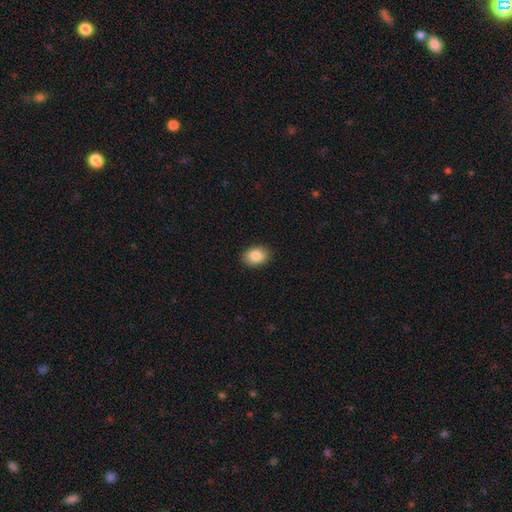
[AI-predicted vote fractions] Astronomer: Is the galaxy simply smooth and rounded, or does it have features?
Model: smooth — 86%.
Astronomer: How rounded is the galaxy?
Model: in between — 74%.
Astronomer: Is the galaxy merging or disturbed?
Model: none — 90%.